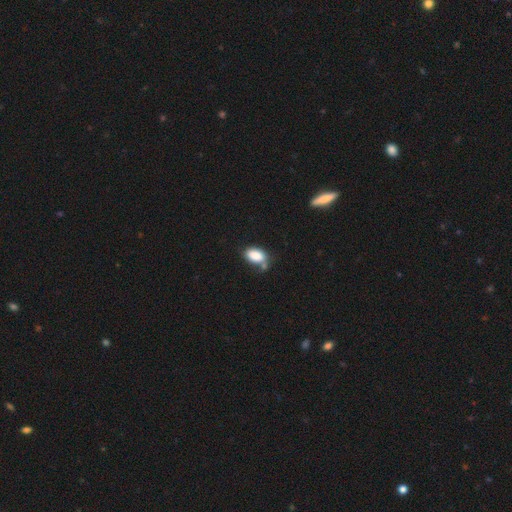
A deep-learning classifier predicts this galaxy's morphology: smooth-or-featured: smooth: 86% | star or artifact: 8% | featured or disk: 6%
  how-rounded: in between: 90% | round: 8% | cigar-shaped: 2%
  merging: none: 48% | minor disturbance: 24% | merger: 19% | major disturbance: 9%